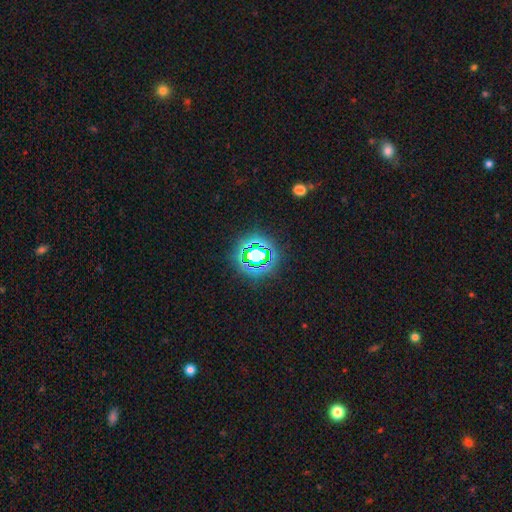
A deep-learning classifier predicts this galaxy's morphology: Smooth or featured? Predicted: star or artifact (p=0.68).